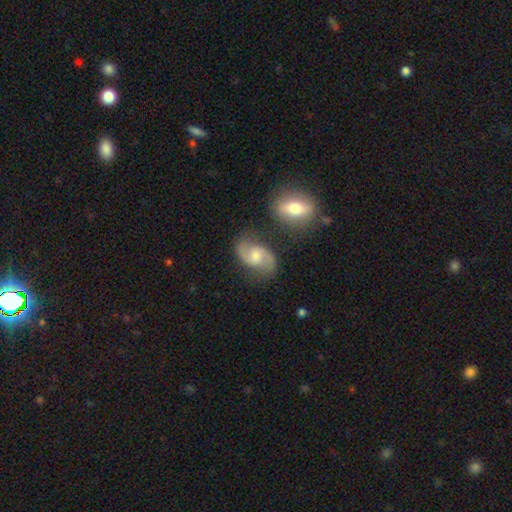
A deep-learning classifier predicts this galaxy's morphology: type=featured or disk (76%); edge-on=no (97%); bar=no (54%); spiral arms=yes (94%); winding=loose (47%); arm count=2 (92%); bulge=moderate (56%); merging=none (71%).